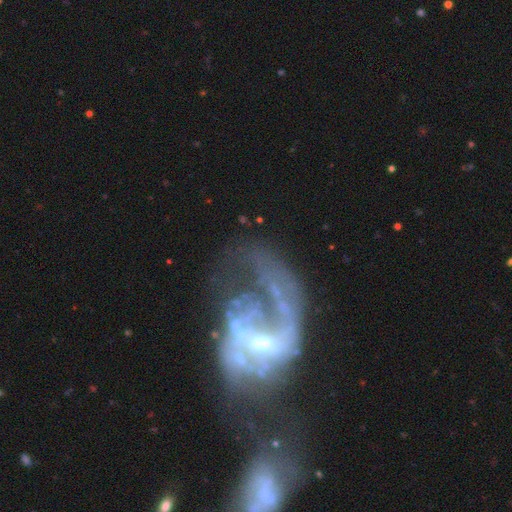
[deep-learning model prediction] Overall: featured or disk (80%). Edge-on disk: no (97%). Bar: weak (43%; no 35%). Spiral arms: yes (69%; no 31%). Spiral arm count: 2 (40%; 1 30%). Spiral winding: loose (55%; medium 31%). Bulge size: small (48%; moderate 33%). Merging: major disturbance (48%; none 28%).